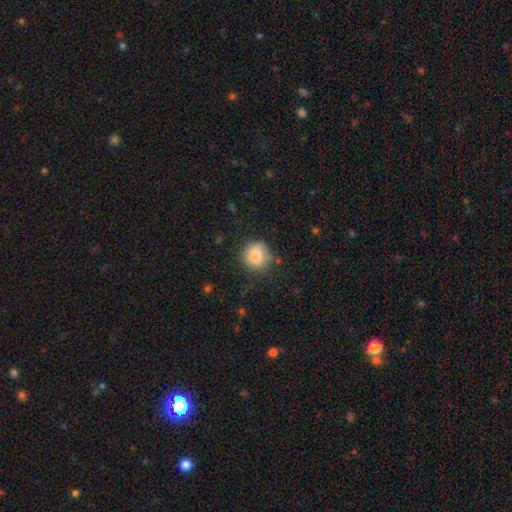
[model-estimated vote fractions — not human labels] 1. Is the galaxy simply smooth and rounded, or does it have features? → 87% smooth, 9% star or artifact, 5% featured or disk.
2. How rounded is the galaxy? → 86% round, 13% in between, 1% cigar-shaped.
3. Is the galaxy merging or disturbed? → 74% none, 17% minor disturbance, 6% major disturbance, 3% merger.